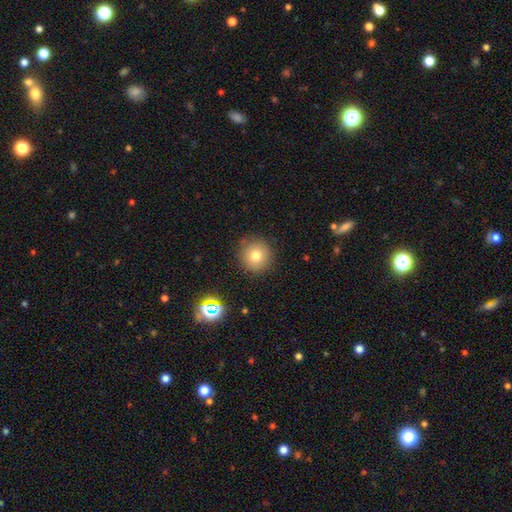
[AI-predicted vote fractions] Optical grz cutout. It shows a smooth galaxy with no disk features (76%) that is round (94%). Merging: none (88%).